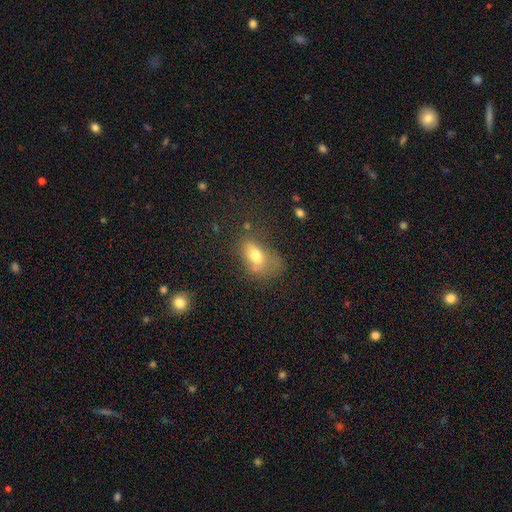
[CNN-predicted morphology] smooth_or_featured: smooth (p=0.68) [alt: featured or disk p=0.21]
how_rounded: in between (p=0.84) [alt: round p=0.12]
merging: none (p=0.32) [alt: major disturbance p=0.30]